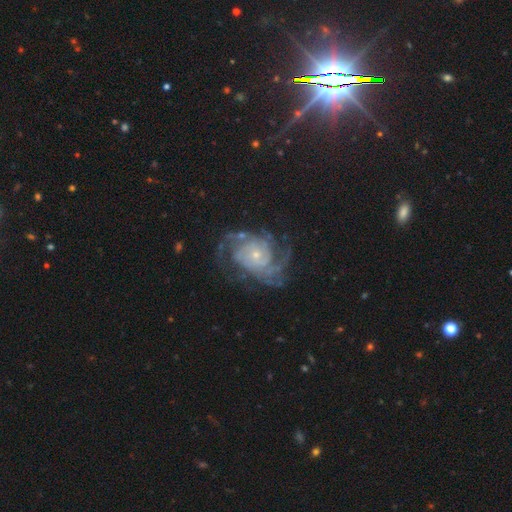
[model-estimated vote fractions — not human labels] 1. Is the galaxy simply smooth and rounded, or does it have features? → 89% featured or disk, 6% star or artifact, 5% smooth.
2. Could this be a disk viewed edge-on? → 98% no, 2% yes.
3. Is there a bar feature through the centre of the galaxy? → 76% no, 19% weak, 5% strong.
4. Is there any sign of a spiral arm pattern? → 96% yes, 4% no.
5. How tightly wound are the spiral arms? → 49% tight, 39% medium, 12% loose.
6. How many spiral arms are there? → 30% 2, 22% can't tell, 21% 3, 13% 4, 8% more than 4, 7% 1.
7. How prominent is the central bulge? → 71% small, 23% moderate, 3% large, 2% none, 1% dominant.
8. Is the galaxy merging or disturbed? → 65% none, 17% minor disturbance, 16% major disturbance, 2% merger.